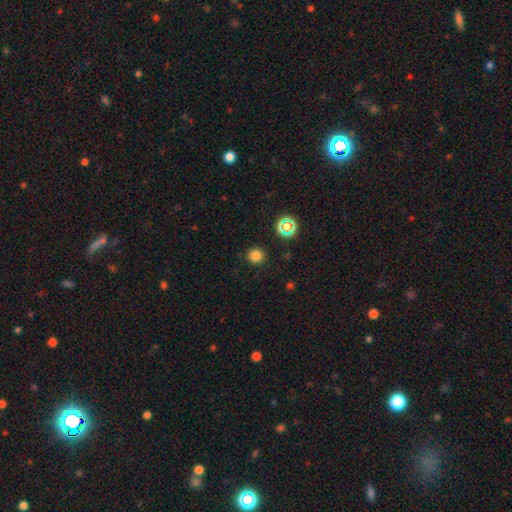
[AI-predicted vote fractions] Q: Smooth or featured?
A: smooth (78%); runner-up: star or artifact (18%)
Q: How rounded?
A: round (95%); runner-up: in between (4%)
Q: Merging?
A: none (90%); runner-up: minor disturbance (6%)